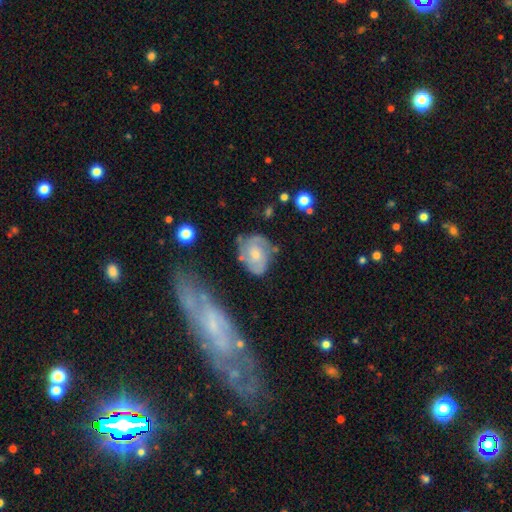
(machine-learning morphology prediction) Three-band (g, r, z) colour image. It shows a featured or disk galaxy (60%) with no bar (69%), spiral arms (82%) and a moderate central bulge (47%). Merging: none (59%).